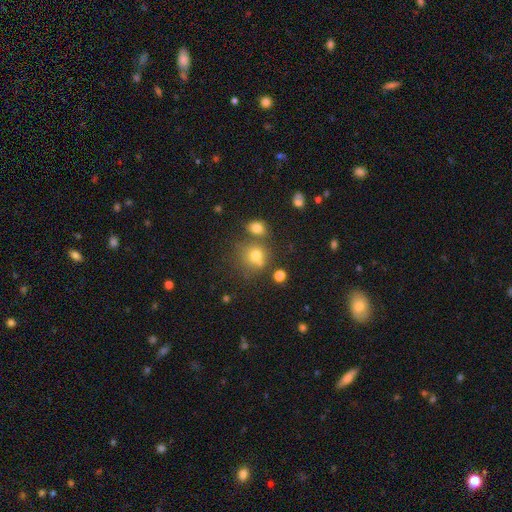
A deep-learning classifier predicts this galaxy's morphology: Smooth or featured? Predicted: smooth (p=0.70). How rounded? Predicted: round (p=0.82). Merging? Predicted: none (p=0.58).